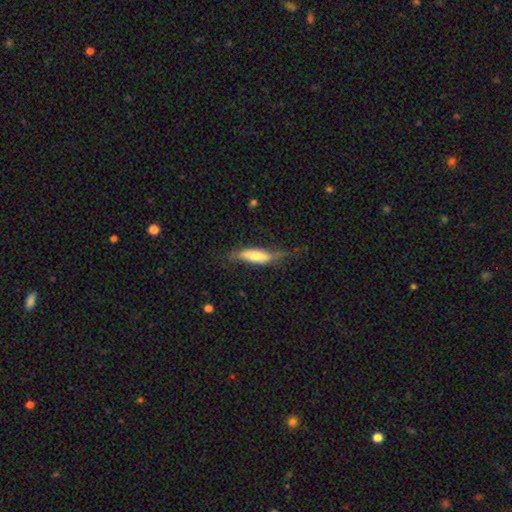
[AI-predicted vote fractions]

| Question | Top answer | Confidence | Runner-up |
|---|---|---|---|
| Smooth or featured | smooth | 56% | featured or disk (38%) |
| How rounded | cigar-shaped | 59% | in between (39%) |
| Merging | none | 55% | minor disturbance (29%) |